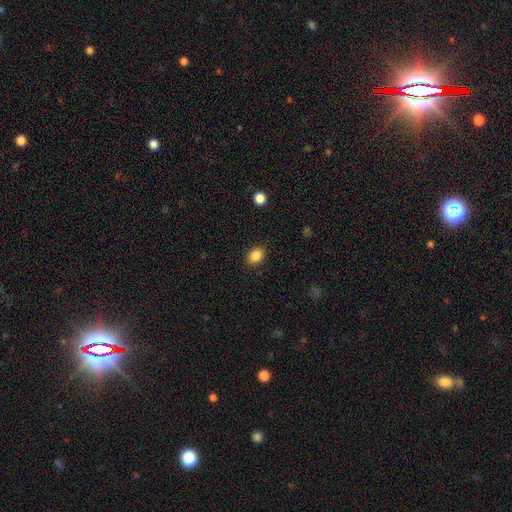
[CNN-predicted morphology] A smooth galaxy with no disk features (87%) that is in between round and cigar-shaped (58%).

Vote fractions:
- Smooth or featured? smooth: 87% / star or artifact: 9% / featured or disk: 4%
- How rounded? in between: 58% / round: 41% / cigar-shaped: 1%
- Merging? none: 88% / minor disturbance: 9% / major disturbance: 2% / merger: 1%